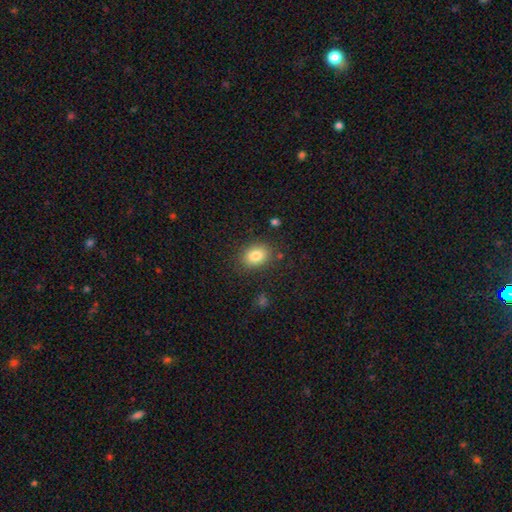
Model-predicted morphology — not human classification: This appears to be a smooth galaxy with no disk features (83%) that is in between round and cigar-shaped (66%). Merging: none (84%).